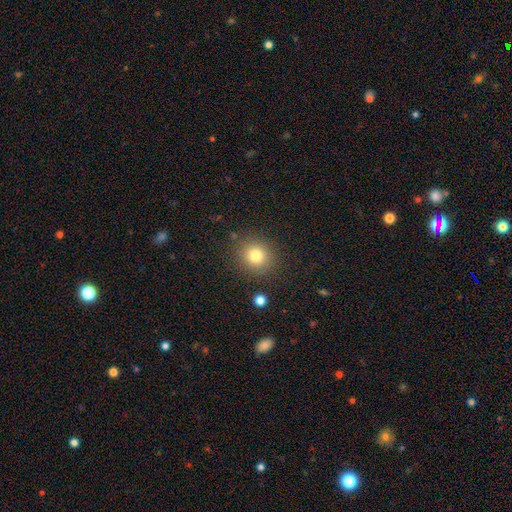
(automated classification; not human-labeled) This is likely a smooth galaxy (79%). How rounded: clearly round (88%). Merging: clearly none (86%).